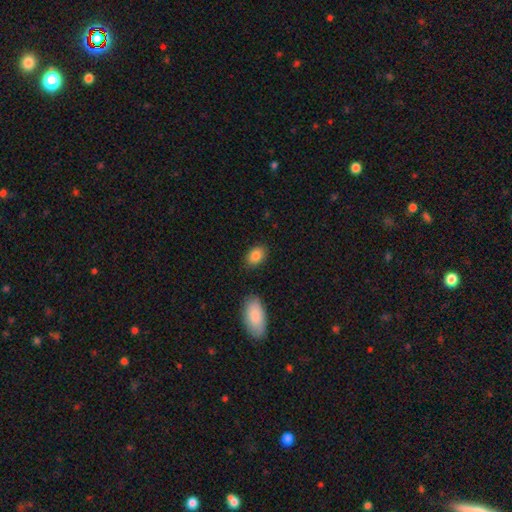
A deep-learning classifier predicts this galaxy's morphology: Overall: smooth (86%). How rounded: in between (83%). Merging: none (85%).